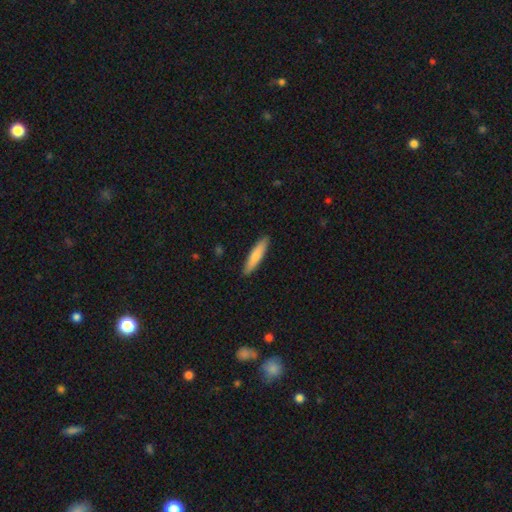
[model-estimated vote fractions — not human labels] A smooth galaxy with no disk features (78%) that is cigar-shaped (85%).

Vote fractions:
- Smooth or featured? smooth: 78% / featured or disk: 17% / star or artifact: 5%
- How rounded? cigar-shaped: 85% / in between: 14% / round: 1%
- Merging? none: 91% / minor disturbance: 7% / major disturbance: 1% / merger: 1%